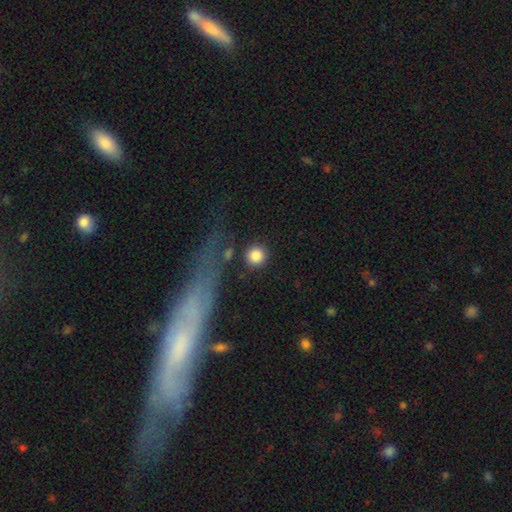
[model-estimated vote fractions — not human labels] Q: Smooth or featured?
A: smooth (85%); runner-up: star or artifact (9%)
Q: How rounded?
A: round (94%); runner-up: in between (4%)
Q: Merging?
A: none (81%); runner-up: minor disturbance (8%)